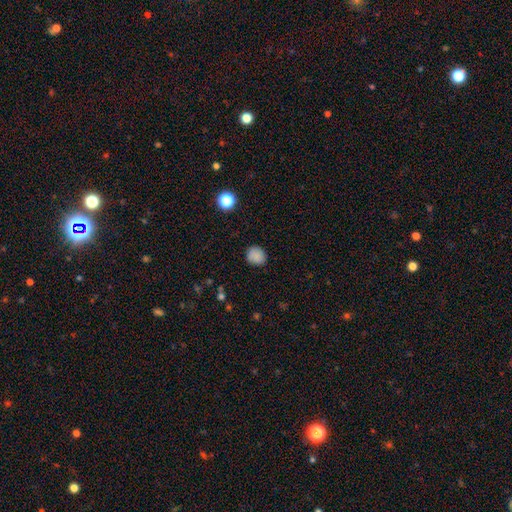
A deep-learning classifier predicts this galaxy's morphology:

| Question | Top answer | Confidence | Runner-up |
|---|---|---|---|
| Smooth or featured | smooth | 85% | star or artifact (11%) |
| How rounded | round | 79% | in between (20%) |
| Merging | none | 84% | minor disturbance (12%) |